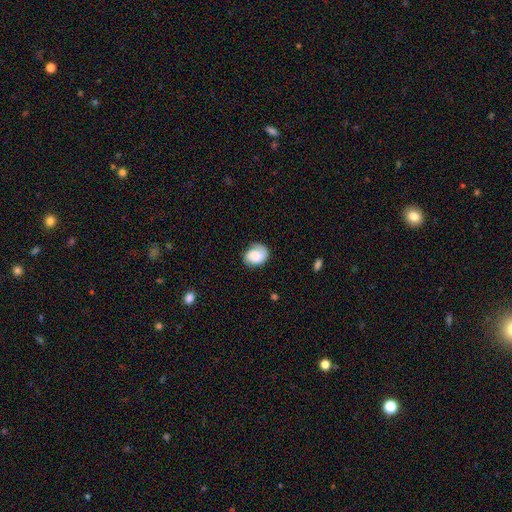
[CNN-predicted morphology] Smooth or featured: smooth — 69% (featured or disk — 24%)
How rounded: in between — 54% (round — 45%)
Merging: none — 64% (minor disturbance — 24%)